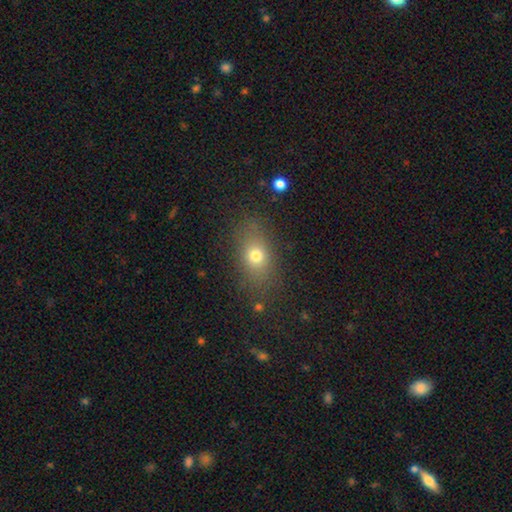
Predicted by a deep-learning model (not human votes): This appears to be a smooth galaxy with no disk features (72%) that is in between round and cigar-shaped (67%). Merging: none (80%).